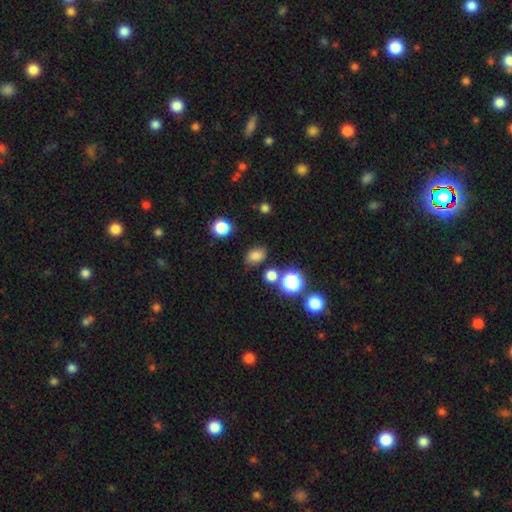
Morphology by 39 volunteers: A smooth galaxy with no disk features (85%) that is in between round and cigar-shaped (88%).

Vote fractions:
- Smooth or featured? smooth: 85% / featured or disk: 10% / star or artifact: 5%
- How rounded? in between: 88% / round: 12% / cigar-shaped: 0%
- Merging? none: 78% / minor disturbance: 11% / major disturbance: 5% / merger: 5%